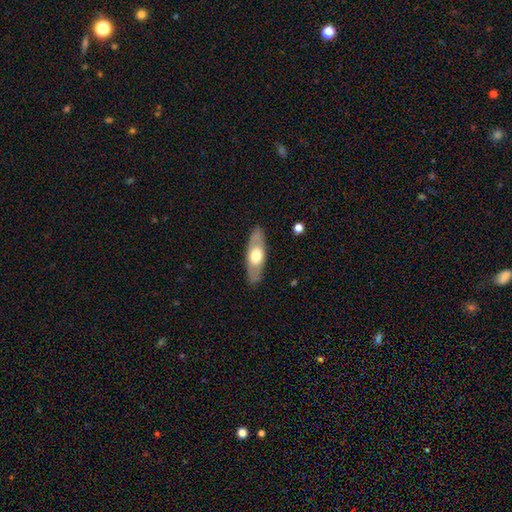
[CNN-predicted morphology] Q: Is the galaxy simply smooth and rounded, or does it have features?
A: smooth — 48%.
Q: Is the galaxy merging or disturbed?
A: none — 86%.